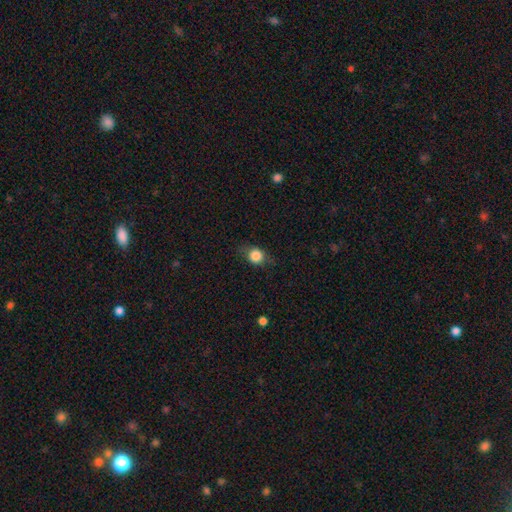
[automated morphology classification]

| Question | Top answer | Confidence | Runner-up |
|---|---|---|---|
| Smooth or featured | smooth | 79% | featured or disk (11%) |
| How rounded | round | 67% | in between (31%) |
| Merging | none | 74% | minor disturbance (19%) |